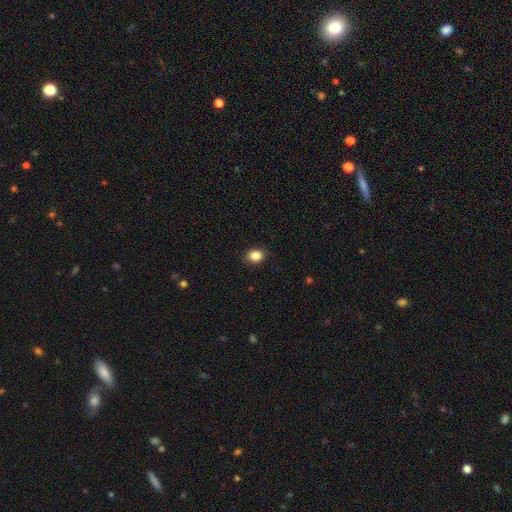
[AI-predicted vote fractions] Smooth or featured?
  - smooth: 86% *
  - star or artifact: 10%
  - featured or disk: 4%
How rounded?
  - round: 60% *
  - in between: 40%
  - cigar-shaped: 1%
Merging?
  - none: 89% *
  - minor disturbance: 8%
  - major disturbance: 2%
  - merger: 1%